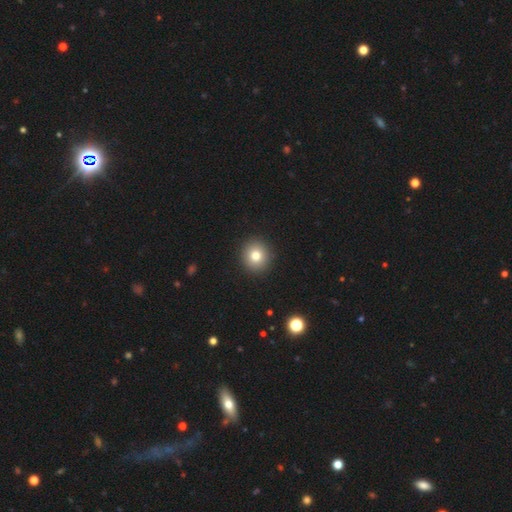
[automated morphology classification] The model was most divided on "smooth or featured": smooth: 79%, star or artifact: 11%, featured or disk: 9%. More confident: merging — none (92%); how rounded — round (89%).